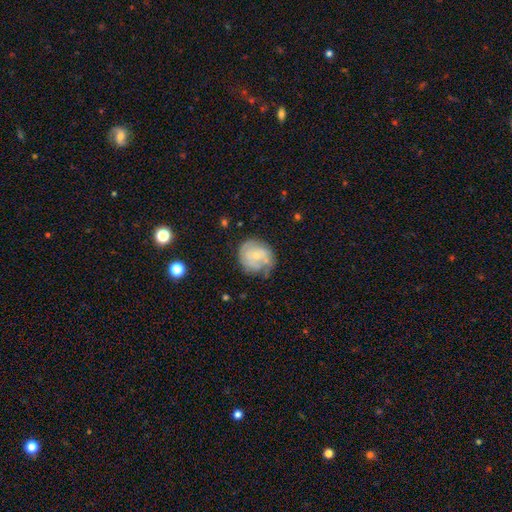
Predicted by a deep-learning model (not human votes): Smooth or featured? featured or disk (53%)
Edge-on disk? no (98%)
Bar? no (80%)
Spiral arms? yes (67%)
Bulge size? small (70%)
Merging? none (50%)